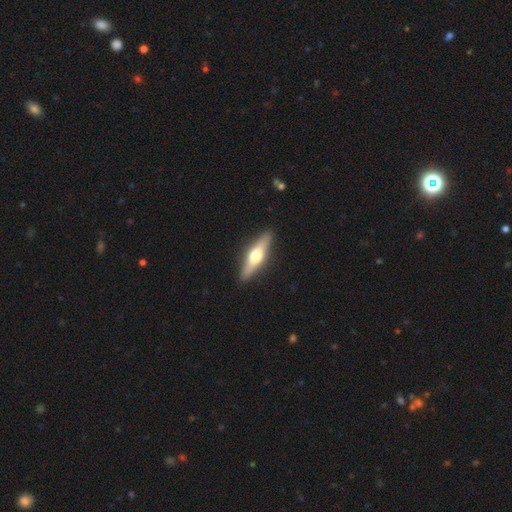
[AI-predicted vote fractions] The model was most divided on "smooth or featured": featured or disk: 59%, smooth: 36%, star or artifact: 5%. More confident: edge-on bulge — rounded (95%); edge-on disk — yes (93%); merging — none (90%).